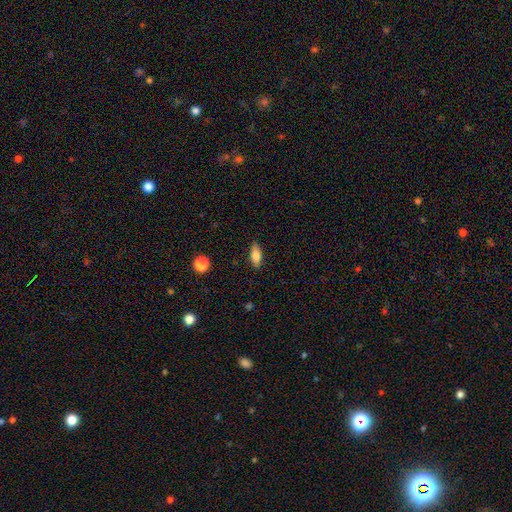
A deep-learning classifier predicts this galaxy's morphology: smooth-or-featured: smooth: 78% | featured or disk: 15% | star or artifact: 7%
  how-rounded: in between: 78% | cigar-shaped: 19% | round: 3%
  merging: none: 86% | minor disturbance: 10% | major disturbance: 2% | merger: 1%